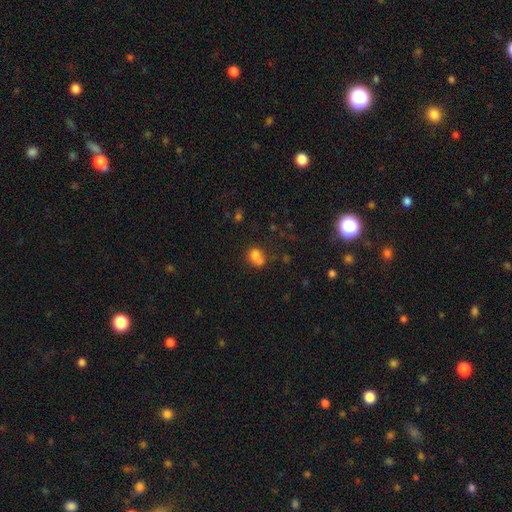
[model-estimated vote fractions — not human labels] A smooth galaxy with no disk features (75%) that is round (54%). Merging: merger (39%).